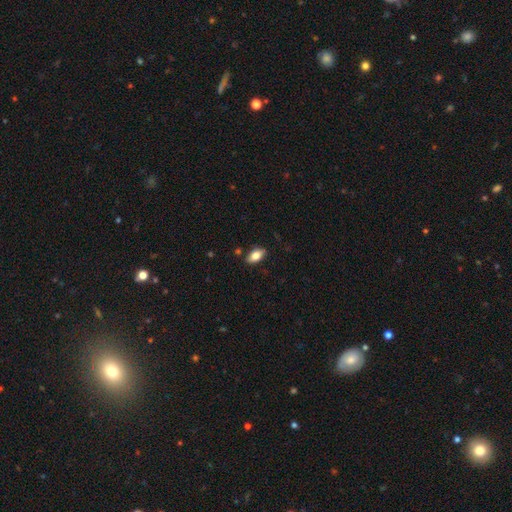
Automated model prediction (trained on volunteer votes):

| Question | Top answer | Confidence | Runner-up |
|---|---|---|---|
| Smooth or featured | smooth | 79% | featured or disk (13%) |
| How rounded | in between | 90% | round (5%) |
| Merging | none | 85% | minor disturbance (11%) |